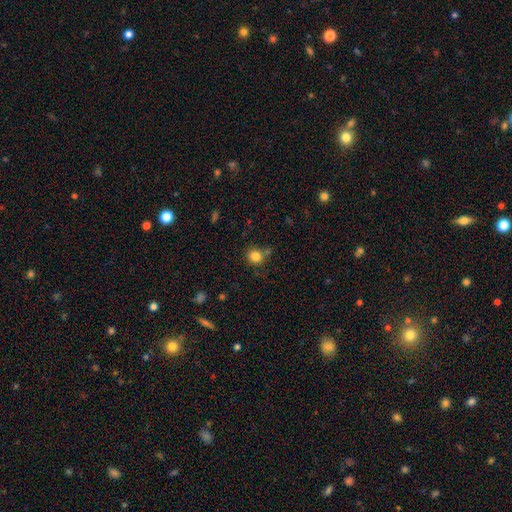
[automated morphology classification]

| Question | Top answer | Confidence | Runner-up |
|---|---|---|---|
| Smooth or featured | smooth | 82% | star or artifact (12%) |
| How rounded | round | 87% | in between (13%) |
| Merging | none | 71% | minor disturbance (15%) |